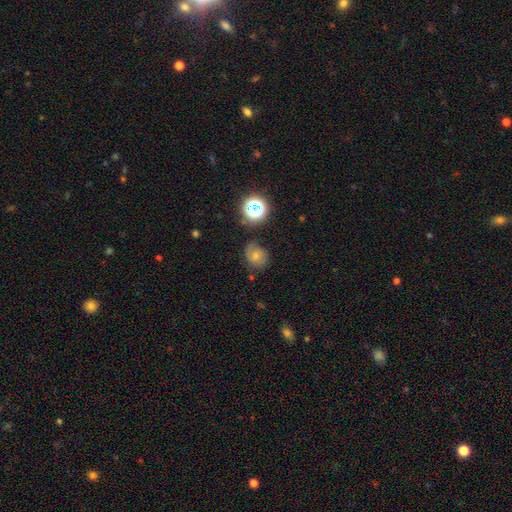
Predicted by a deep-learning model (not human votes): A smooth galaxy with no disk features (62%) that is round (62%).

Vote fractions:
- Smooth or featured? smooth: 62% / star or artifact: 20% / featured or disk: 18%
- How rounded? round: 62% / in between: 37% / cigar-shaped: 1%
- Merging? none: 66% / minor disturbance: 24% / major disturbance: 7% / merger: 4%